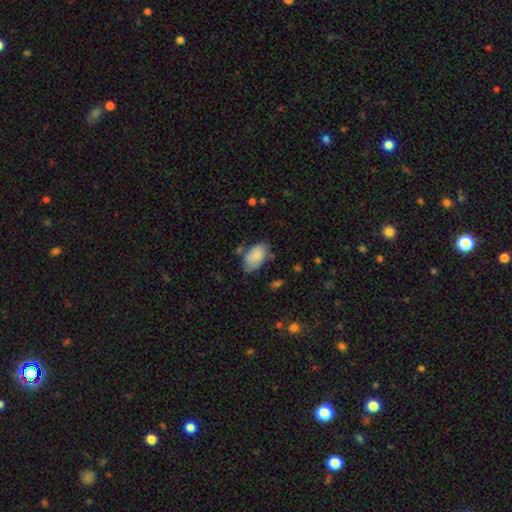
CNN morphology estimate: Smooth or featured: smooth — 83% (featured or disk — 11%)
How rounded: in between — 93% (round — 5%)
Merging: none — 62% (minor disturbance — 25%)